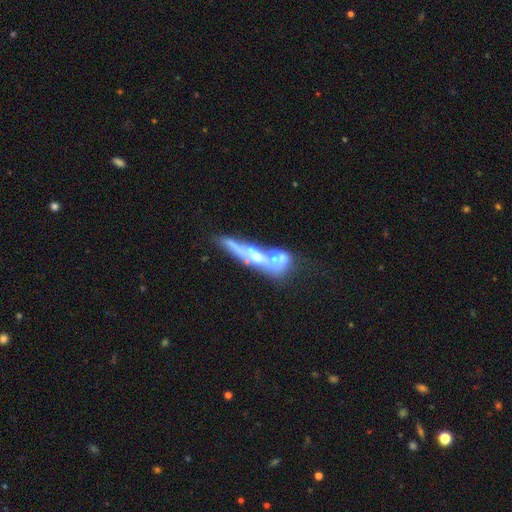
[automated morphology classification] Smooth or featured: featured or disk — 59% (smooth — 30%)
Edge-on disk: no — 54% (yes — 46%)
Merging: merger — 57% (none — 19%)